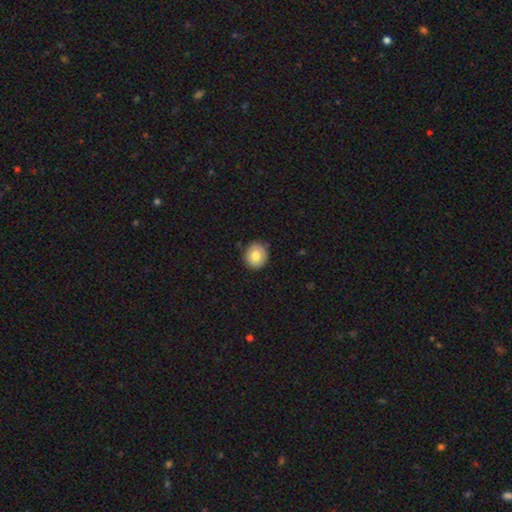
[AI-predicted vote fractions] This appears to be a smooth galaxy with no disk features (79%) that is round (70%). Merging: none (86%).